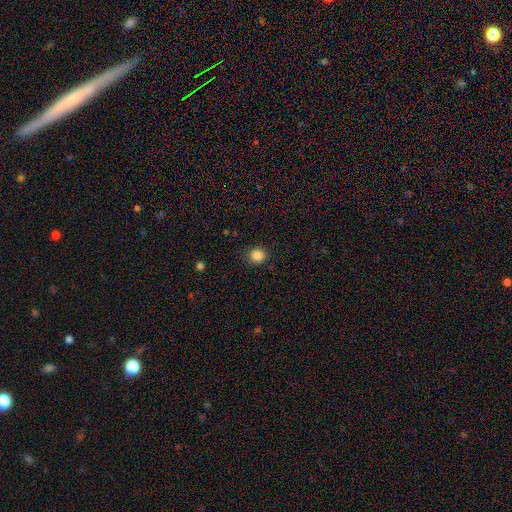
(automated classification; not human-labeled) Smooth or featured? smooth (86%)
How rounded? round (82%)
Merging? none (85%)